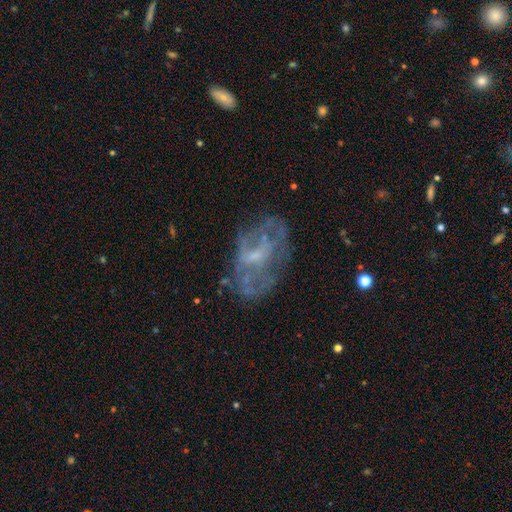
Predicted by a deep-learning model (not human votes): A featured or disk galaxy (68%) with no bar (52%), no spiral arms (62%) and a small central bulge (55%). Merging: none (52%).